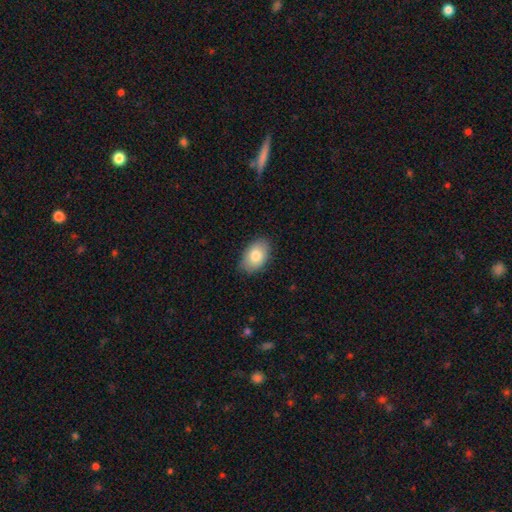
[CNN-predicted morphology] type=smooth (81%); roundness=in between (89%); merging=none (83%).